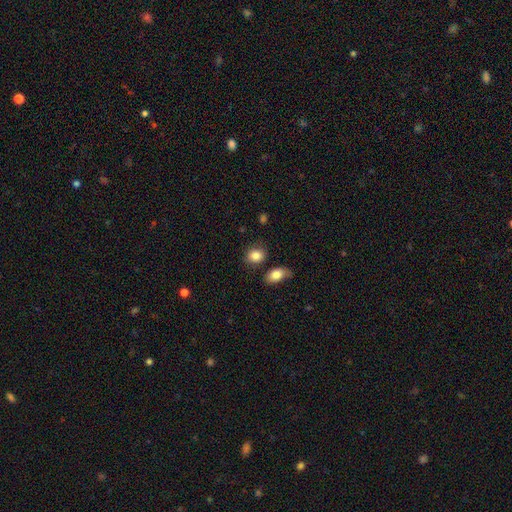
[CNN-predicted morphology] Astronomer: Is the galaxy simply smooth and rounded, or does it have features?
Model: smooth — 85%.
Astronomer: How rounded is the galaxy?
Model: round — 51% (runner-up: in between, 47%).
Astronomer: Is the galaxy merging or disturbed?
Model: none — 73%.